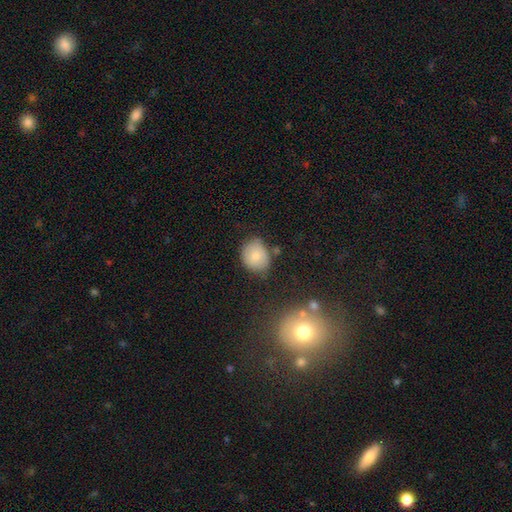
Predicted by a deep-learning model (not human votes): Smooth or featured? Predicted: smooth (p=0.79). How rounded? Predicted: round (p=0.62). Merging? Predicted: none (p=0.67).